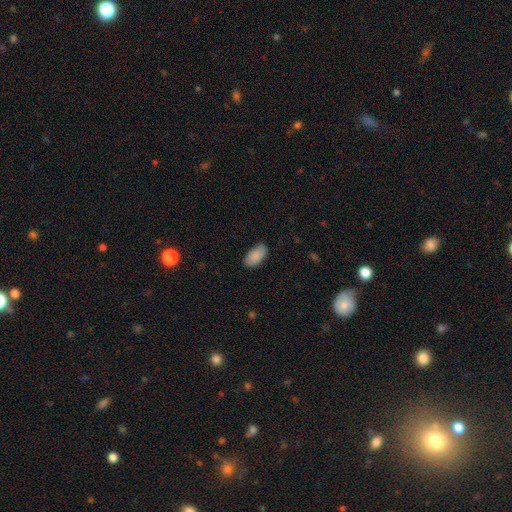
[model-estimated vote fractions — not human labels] This is clearly a smooth galaxy (88%). How rounded: clearly in between (95%). Merging: clearly none (81%).